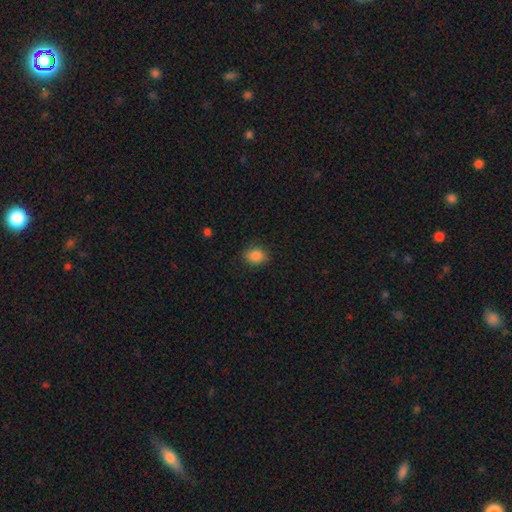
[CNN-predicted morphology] type=smooth (86%); roundness=round (51%); merging=none (87%).